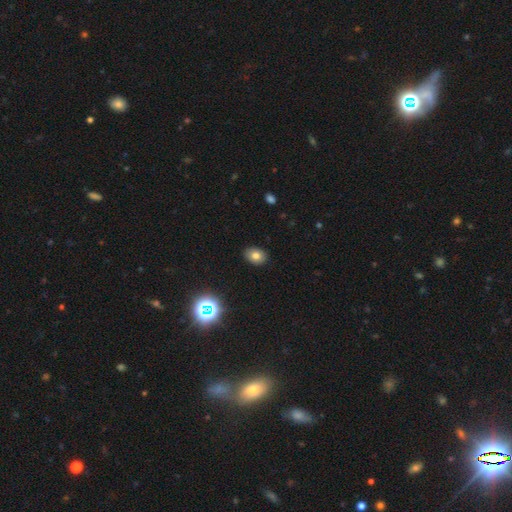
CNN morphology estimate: Smooth or featured? smooth (76%)
How rounded? in between (69%)
Merging? none (89%)